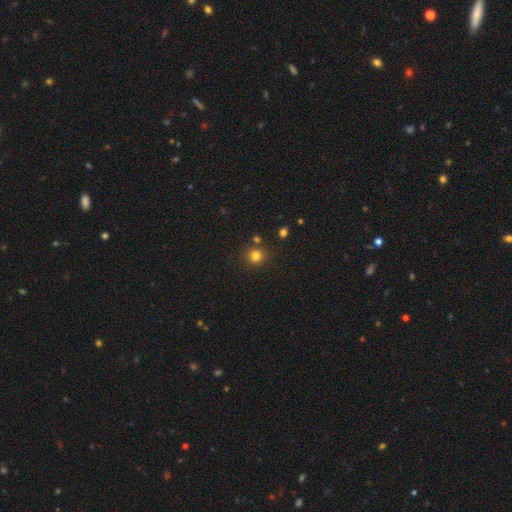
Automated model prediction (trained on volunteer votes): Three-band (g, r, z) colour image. It shows a smooth galaxy with no disk features (80%) that is round (91%). Merging: none (81%).